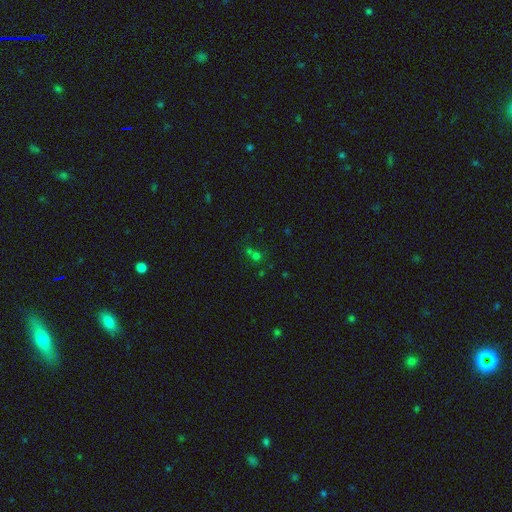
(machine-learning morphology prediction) This is possibly a smooth galaxy (51%). How rounded: clearly round (82%). Merging: possibly none (46%).